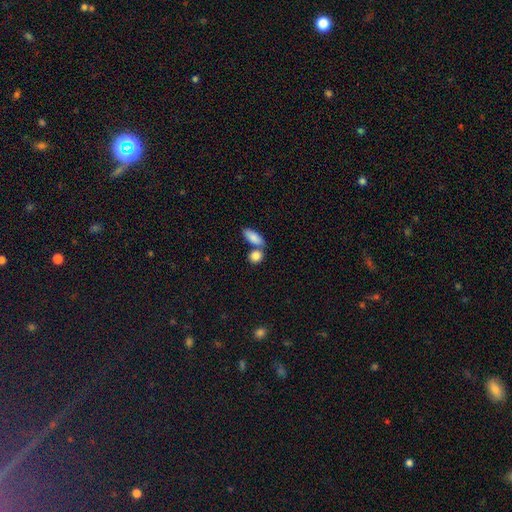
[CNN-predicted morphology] This is clearly a smooth galaxy (86%). How rounded: possibly in between (55%). Merging: possibly none (52%).